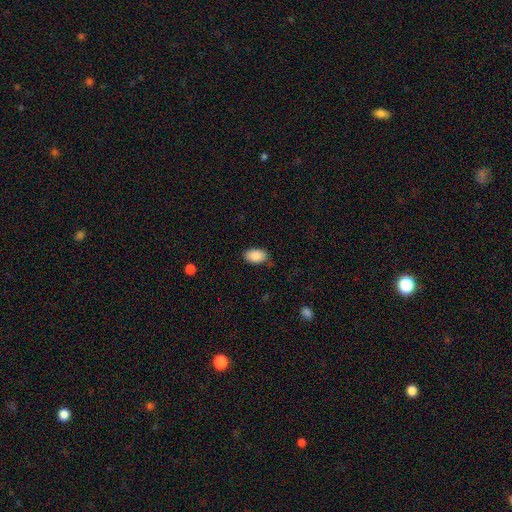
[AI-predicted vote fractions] Morphology: type=smooth (90%); roundness=in between (91%); merging=none (80%).